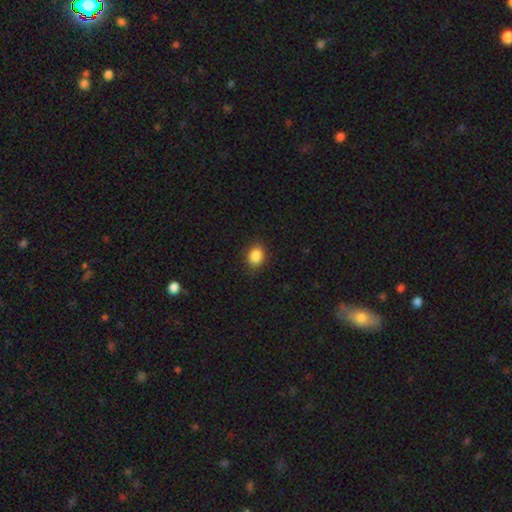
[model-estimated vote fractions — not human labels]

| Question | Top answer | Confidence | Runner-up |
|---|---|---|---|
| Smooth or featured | smooth | 87% | star or artifact (9%) |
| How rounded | in between | 56% | round (43%) |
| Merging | none | 87% | minor disturbance (10%) |